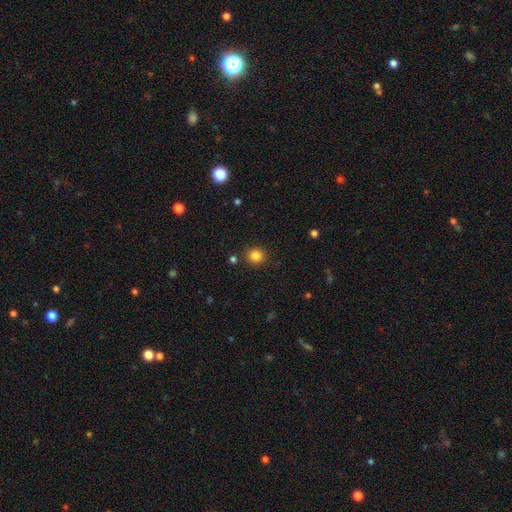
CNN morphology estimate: A smooth galaxy with no disk features (83%) that is round (88%).

Vote fractions:
- Smooth or featured? smooth: 83% / star or artifact: 12% / featured or disk: 5%
- How rounded? round: 88% / in between: 11% / cigar-shaped: 1%
- Merging? none: 88% / minor disturbance: 7% / merger: 3% / major disturbance: 2%